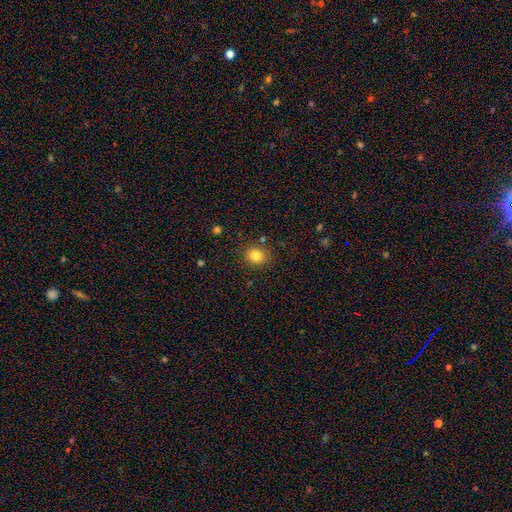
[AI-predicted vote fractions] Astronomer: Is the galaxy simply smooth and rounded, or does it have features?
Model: smooth — 81%.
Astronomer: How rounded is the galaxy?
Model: round — 80%.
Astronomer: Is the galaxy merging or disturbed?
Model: none — 85%.